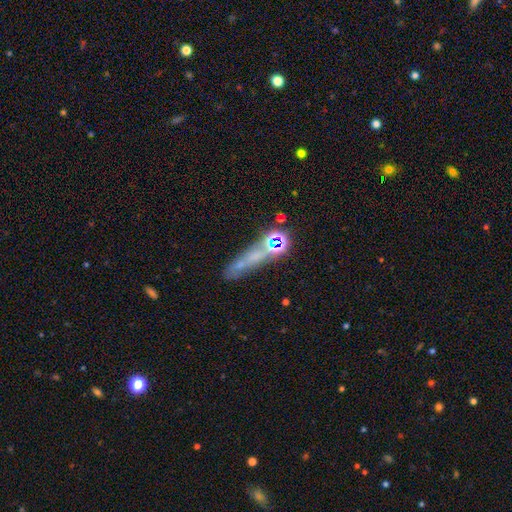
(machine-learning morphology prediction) Smooth or featured?
  - smooth: 38% *
  - star or artifact: 33%
  - featured or disk: 30%
Merging?
  - none: 53% *
  - merger: 17%
  - minor disturbance: 16%
  - major disturbance: 13%